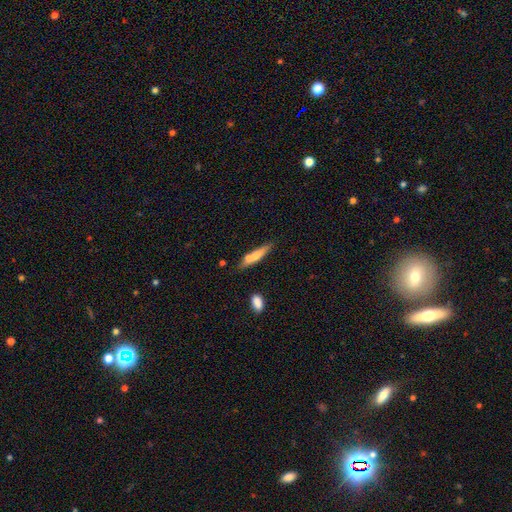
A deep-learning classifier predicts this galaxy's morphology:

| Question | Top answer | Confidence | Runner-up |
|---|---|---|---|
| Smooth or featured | smooth | 66% | featured or disk (28%) |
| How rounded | cigar-shaped | 83% | in between (15%) |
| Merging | none | 66% | minor disturbance (17%) |